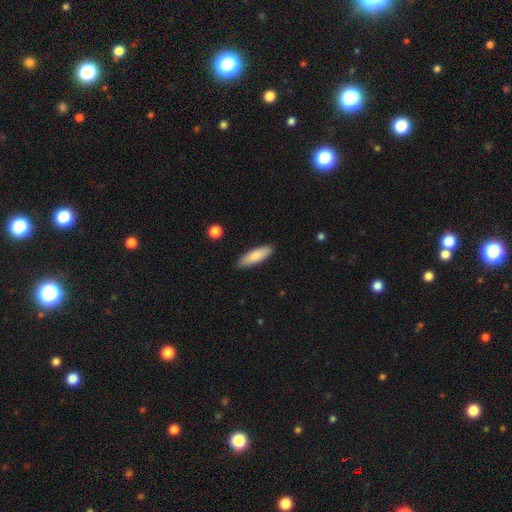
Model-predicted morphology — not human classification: Smooth or featured: smooth — 84% (featured or disk — 11%)
How rounded: cigar-shaped — 51% (in between — 48%)
Merging: none — 88% (minor disturbance — 9%)